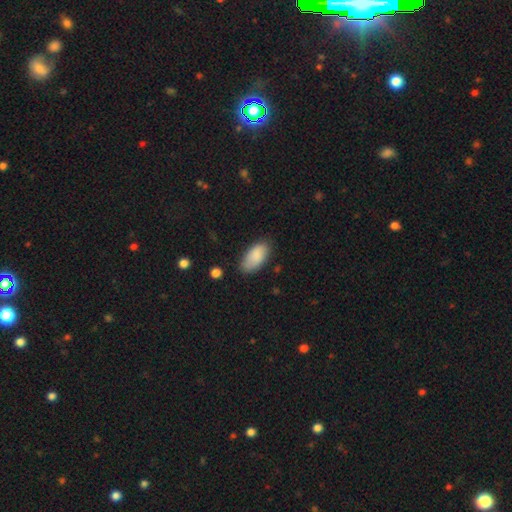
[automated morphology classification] smooth_or_featured: smooth (p=0.87) [alt: featured or disk p=0.06]
how_rounded: in between (p=0.93) [alt: cigar-shaped p=0.05]
merging: none (p=0.76) [alt: minor disturbance p=0.18]